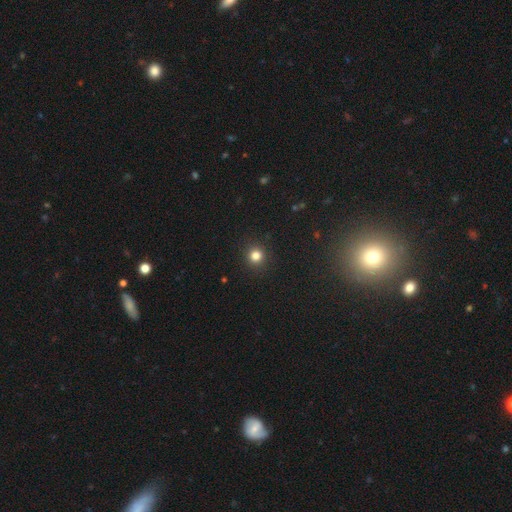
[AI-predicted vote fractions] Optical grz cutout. It shows a smooth galaxy with no disk features (82%) that is round (93%). Merging: none (92%).